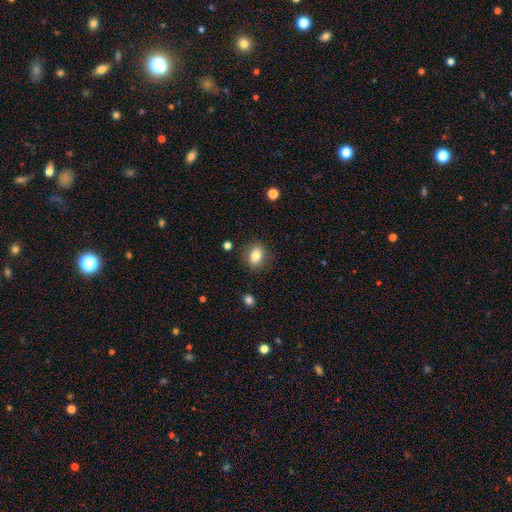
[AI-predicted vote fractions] smooth-or-featured: smooth: 79% | featured or disk: 12% | star or artifact: 9%
  how-rounded: in between: 62% | round: 37% | cigar-shaped: 2%
  merging: none: 84% | minor disturbance: 11% | major disturbance: 3% | merger: 2%